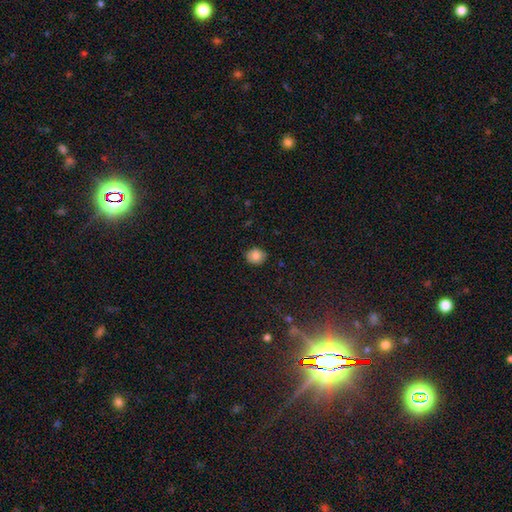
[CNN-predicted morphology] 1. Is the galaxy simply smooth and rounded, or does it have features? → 78% smooth, 13% featured or disk, 9% star or artifact.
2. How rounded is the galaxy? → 69% round, 30% in between, 1% cigar-shaped.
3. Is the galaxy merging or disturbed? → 87% none, 10% minor disturbance, 2% major disturbance, 1% merger.